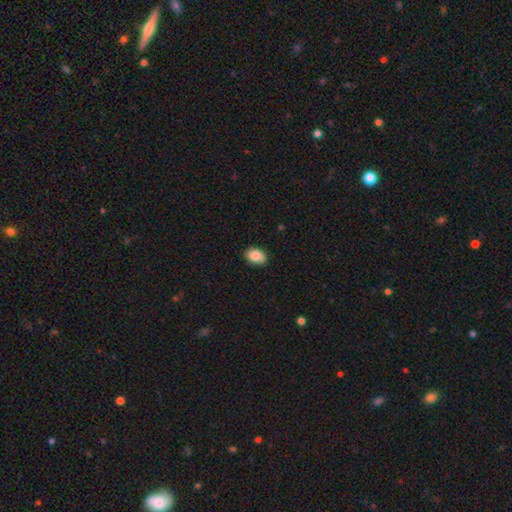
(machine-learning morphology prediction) type=smooth (87%); roundness=in between (77%); merging=none (85%).